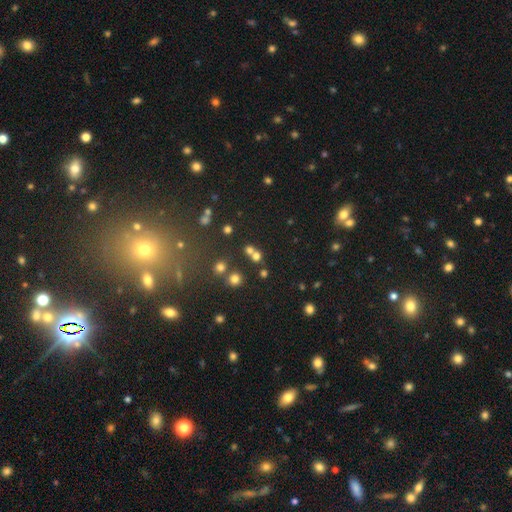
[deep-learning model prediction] Overall: smooth (63%; star or artifact 27%). How rounded: round (83%). Merging: none (58%; merger 31%).